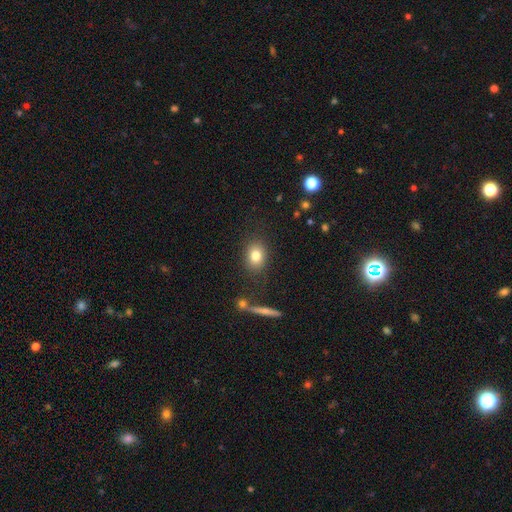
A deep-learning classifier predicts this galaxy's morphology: A smooth galaxy with no disk features (81%) that is in between round and cigar-shaped (57%). Merging: none (83%).